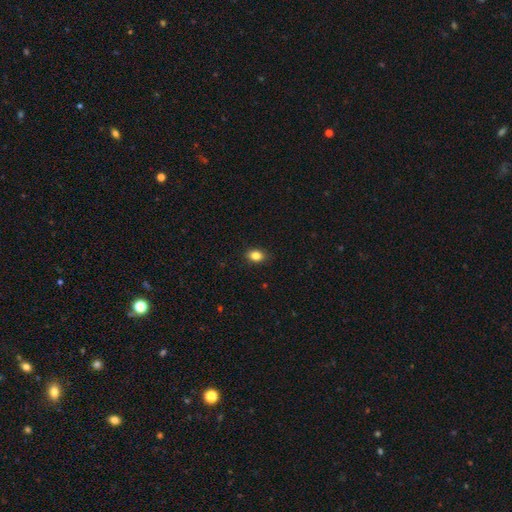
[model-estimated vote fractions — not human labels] Smooth or featured? Predicted: smooth (p=0.84). How rounded? Predicted: in between (p=0.66). Merging? Predicted: none (p=0.89).